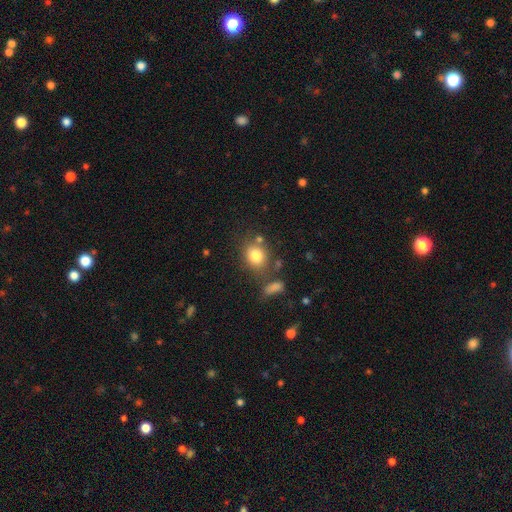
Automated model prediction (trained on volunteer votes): The model was most divided on "how rounded": round: 66%, in between: 33%, cigar-shaped: 1%. More confident: smooth or featured — smooth (80%); merging — none (69%).